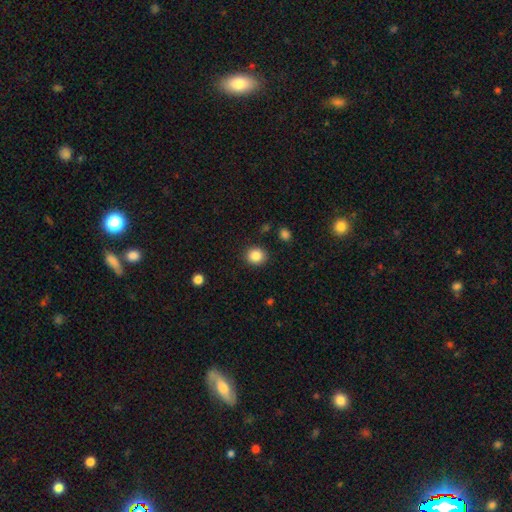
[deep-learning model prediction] Smooth or featured? Predicted: smooth (p=0.86). How rounded? Predicted: round (p=0.84). Merging? Predicted: none (p=0.89).